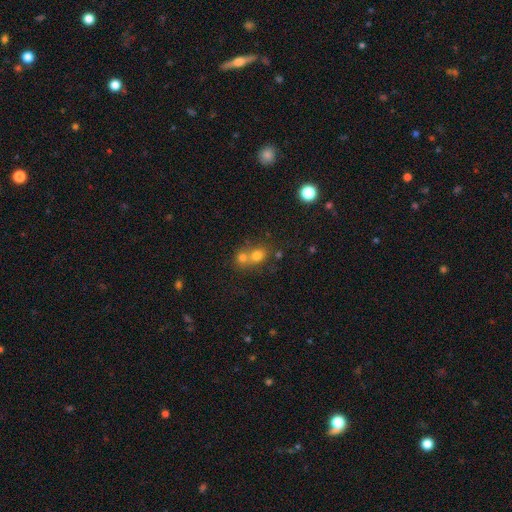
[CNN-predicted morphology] A smooth galaxy with no disk features (66%) that is round (75%).

Vote fractions:
- Smooth or featured? smooth: 66% / star or artifact: 20% / featured or disk: 14%
- How rounded? round: 75% / in between: 24% / cigar-shaped: 1%
- Merging? merger: 55% / none: 37% / minor disturbance: 6% / major disturbance: 3%